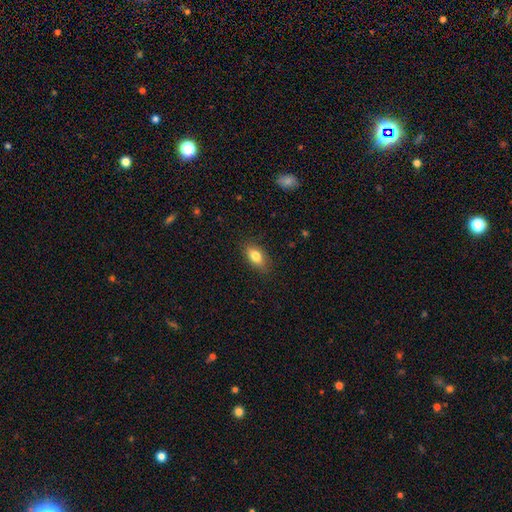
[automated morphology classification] Smooth or featured? smooth (81%)
How rounded? in between (86%)
Merging? none (85%)